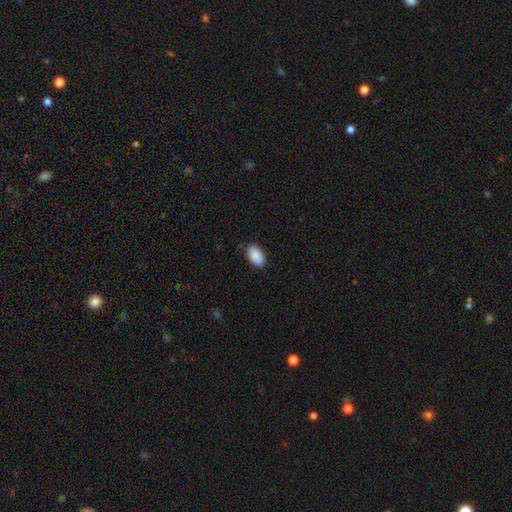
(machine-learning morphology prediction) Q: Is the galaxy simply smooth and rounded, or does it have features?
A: smooth — 90%.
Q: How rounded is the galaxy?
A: in between — 94%.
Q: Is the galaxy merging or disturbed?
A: none — 86%.